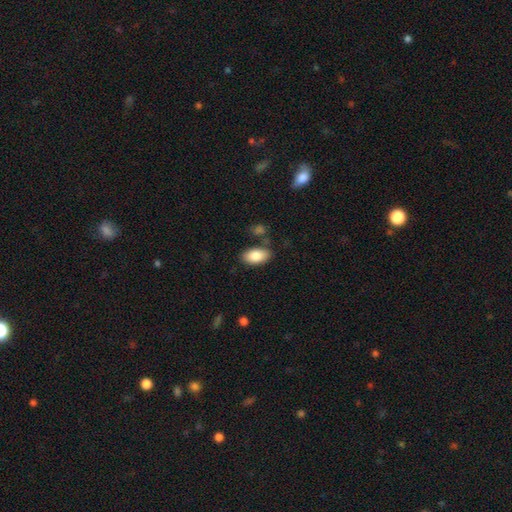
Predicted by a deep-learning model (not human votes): Smooth or featured? smooth (85%)
How rounded? in between (94%)
Merging? none (79%)